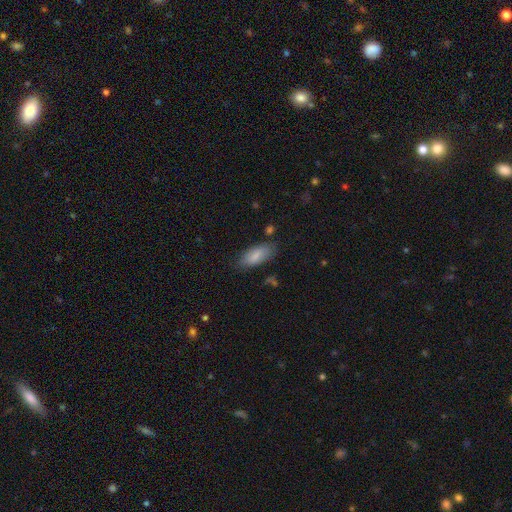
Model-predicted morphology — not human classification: smooth 83%, featured or disk 11%, star or artifact 6%. Down the decision tree: how rounded — in between (84%); merging — none (77%).